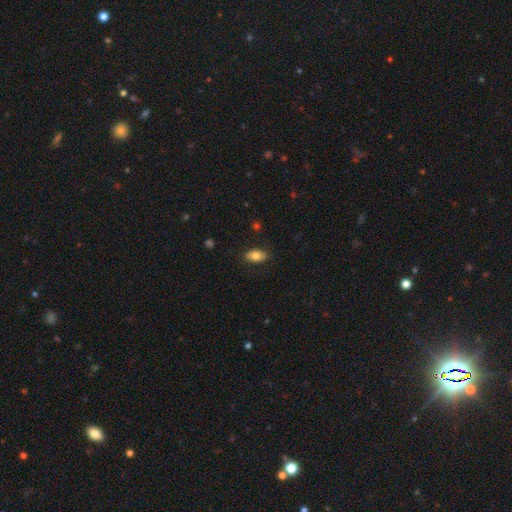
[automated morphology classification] Smooth or featured? smooth (77%)
How rounded? in between (91%)
Merging? none (86%)